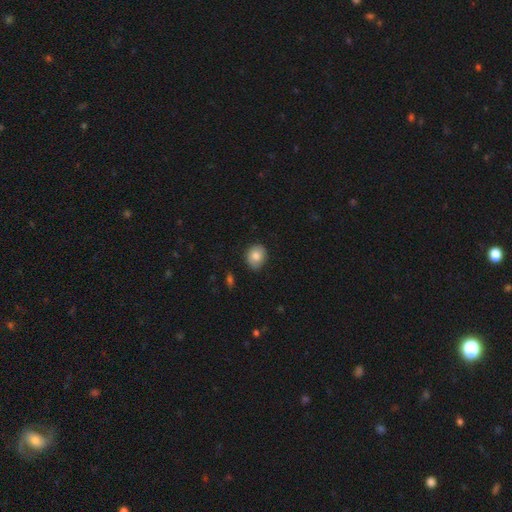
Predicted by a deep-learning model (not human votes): Overall: smooth (81%). How rounded: round (61%; in between 38%). Merging: none (80%).